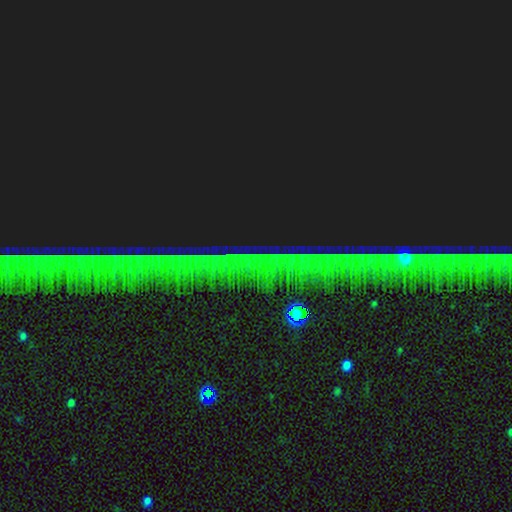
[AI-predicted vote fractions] smooth-or-featured: star or artifact: 87% | featured or disk: 7% | smooth: 6%